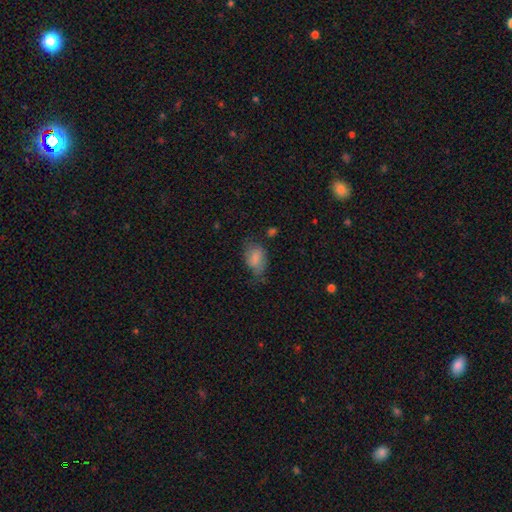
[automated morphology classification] smooth-or-featured: smooth: 70% | featured or disk: 17% | star or artifact: 13%
  how-rounded: in between: 83% | round: 15% | cigar-shaped: 2%
  merging: none: 54% | minor disturbance: 30% | major disturbance: 13% | merger: 2%